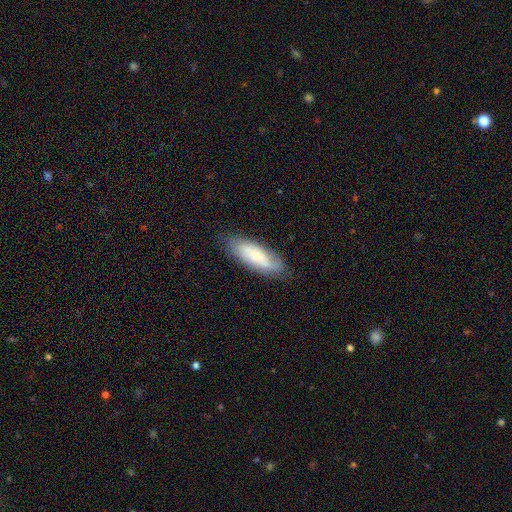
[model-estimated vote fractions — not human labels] The model was most divided on "smooth or featured": smooth: 58%, featured or disk: 35%, star or artifact: 7%. More confident: merging — none (77%); how rounded — in between (61%).